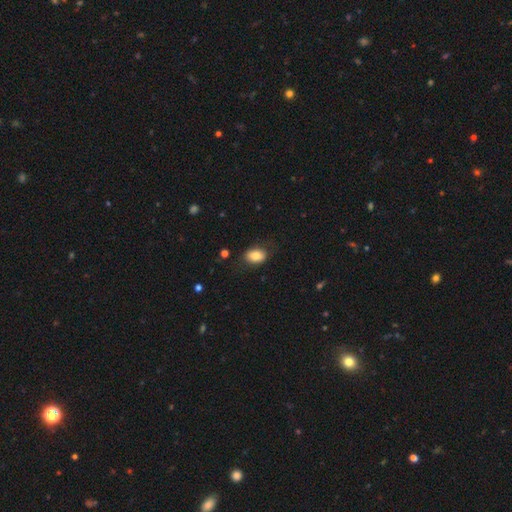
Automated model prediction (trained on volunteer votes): A smooth galaxy with no disk features (81%) that is in between round and cigar-shaped (81%).

Vote fractions:
- Smooth or featured? smooth: 81% / featured or disk: 11% / star or artifact: 8%
- How rounded? in between: 81% / round: 17% / cigar-shaped: 1%
- Merging? none: 77% / minor disturbance: 16% / major disturbance: 6% / merger: 1%